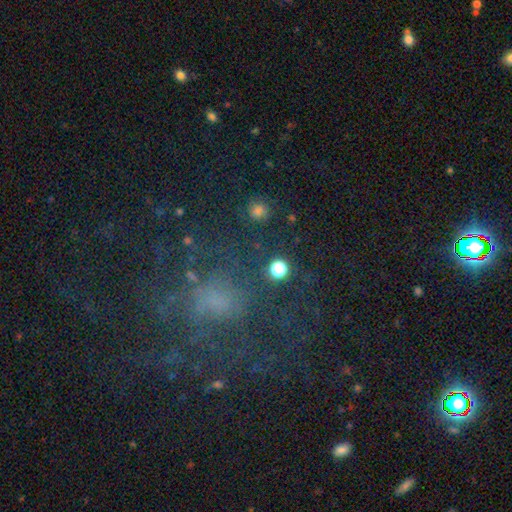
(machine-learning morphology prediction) Q: Smooth or featured?
A: featured or disk (36%); runner-up: star or artifact (33%)
Q: Merging?
A: none (63%); runner-up: major disturbance (18%)